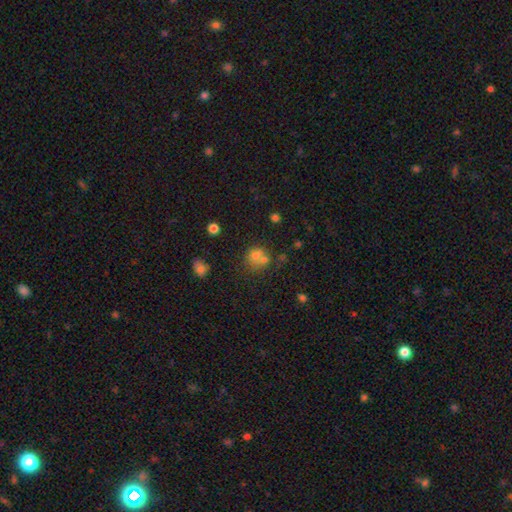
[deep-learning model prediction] smooth_or_featured: smooth (p=0.65) [alt: star or artifact p=0.18]
how_rounded: round (p=0.77) [alt: in between p=0.22]
merging: merger (p=0.43) [alt: none p=0.42]